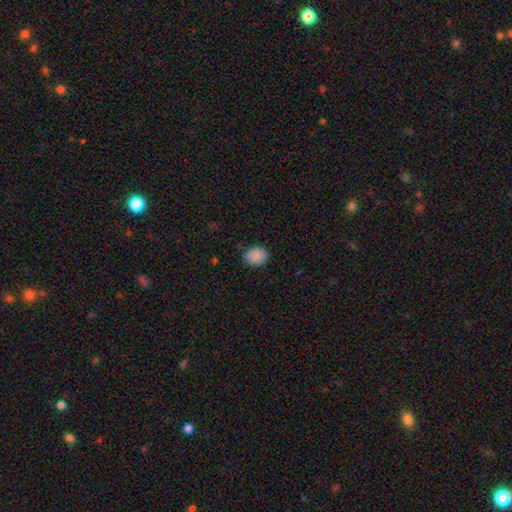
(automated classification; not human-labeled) Smooth or featured? smooth (89%)
How rounded? round (59%)
Merging? none (86%)